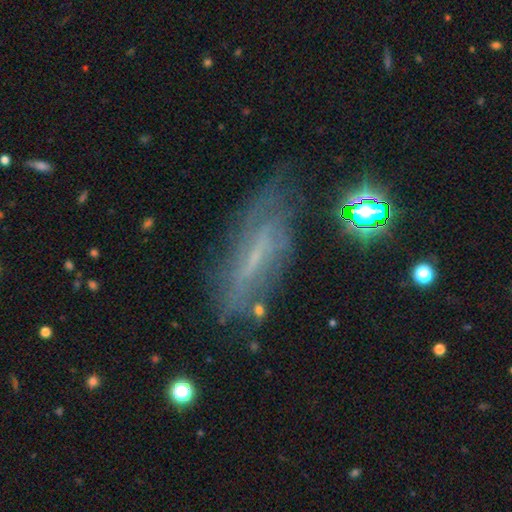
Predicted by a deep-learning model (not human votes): Smooth or featured? featured or disk (56%)
Edge-on disk? no (60%)
Merging? none (67%)